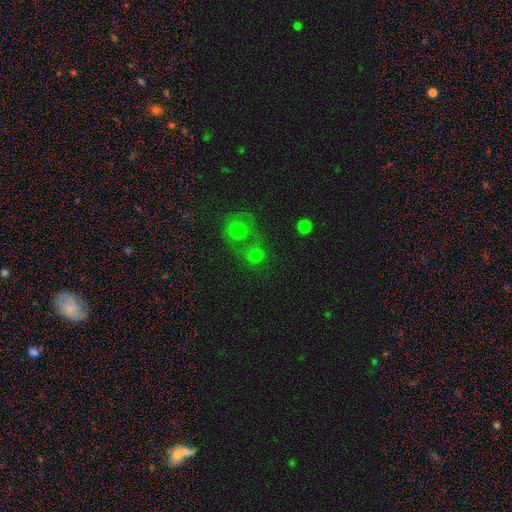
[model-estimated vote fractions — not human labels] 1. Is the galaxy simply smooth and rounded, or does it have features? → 69% smooth, 20% star or artifact, 11% featured or disk.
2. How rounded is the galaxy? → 85% round, 14% in between, 1% cigar-shaped.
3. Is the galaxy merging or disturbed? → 48% none, 39% merger, 8% minor disturbance, 5% major disturbance.